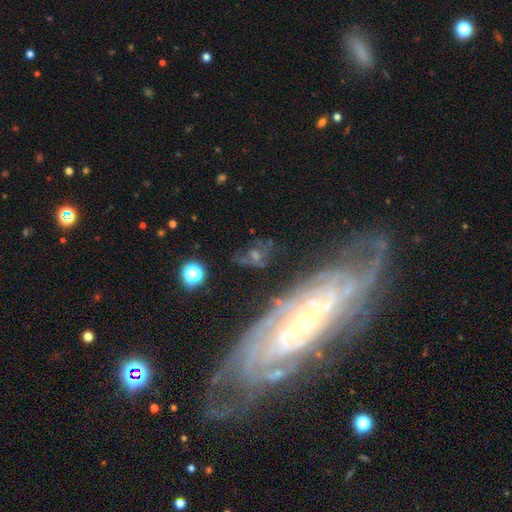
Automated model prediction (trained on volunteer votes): Smooth or featured: featured or disk — 69% (smooth — 19%)
Edge-on disk: no — 88% (yes — 12%)
Bar: no — 55% (weak — 29%)
Spiral arms: yes — 87% (no — 13%)
Spiral winding: tight — 66% (medium — 25%)
Spiral arm count: can't tell — 41% (2 — 20%)
Bulge size: small — 46% (moderate — 44%)
Merging: none — 70% (minor disturbance — 17%)